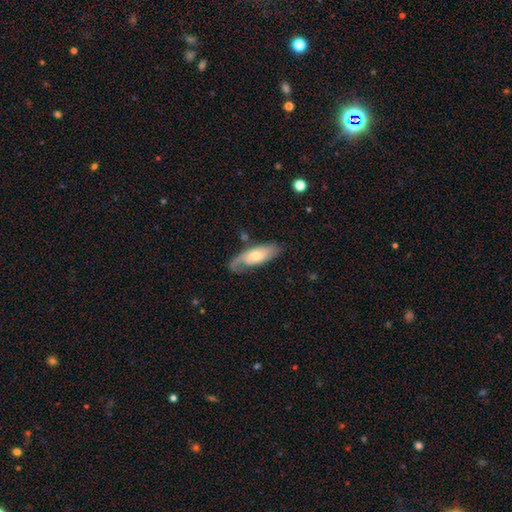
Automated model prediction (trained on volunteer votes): Morphology: type=smooth (48%); merging=none (56%).